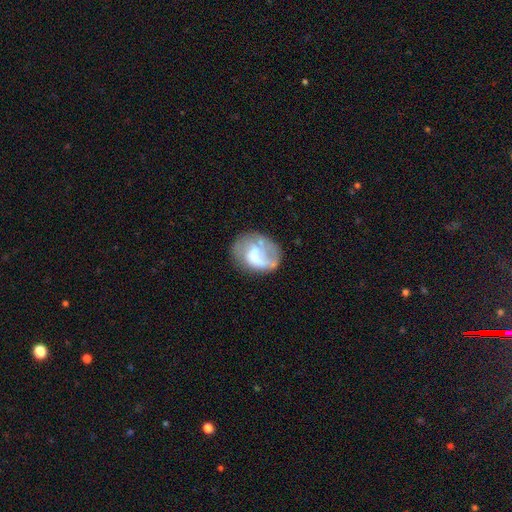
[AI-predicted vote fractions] smooth-or-featured: featured or disk: 57% | smooth: 35% | star or artifact: 8%
  disk-edge-on: no: 98% | yes: 2%
    bar: no: 50% | weak: 37% | strong: 13%
    has-spiral-arms: yes: 63% | no: 37%
    bulge-size: moderate: 30% (tied) | none: 30% (tied) | large: 19% | small: 17% | dominant: 4%
  merging: none: 47% | major disturbance: 25% | minor disturbance: 23% | merger: 6%